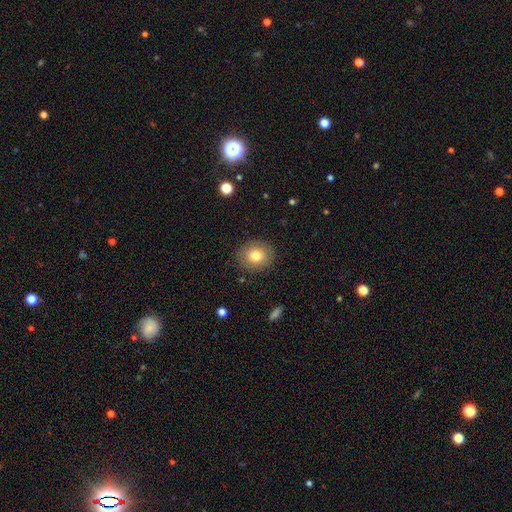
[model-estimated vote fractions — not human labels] Smooth or featured? Predicted: smooth (p=0.79). How rounded? Predicted: round (p=0.72). Merging? Predicted: none (p=0.87).